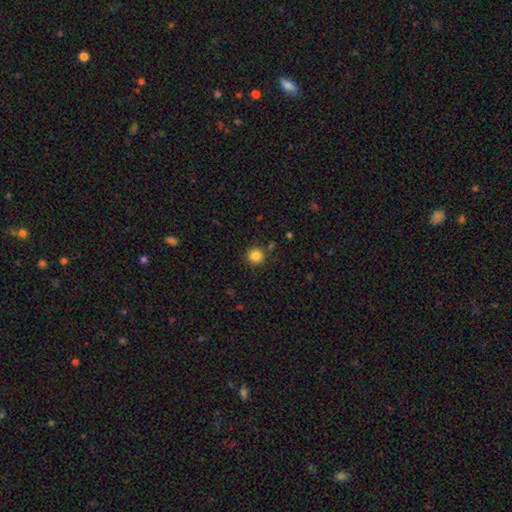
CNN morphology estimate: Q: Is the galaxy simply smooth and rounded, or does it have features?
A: smooth — 84%.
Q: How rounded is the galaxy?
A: round — 92%.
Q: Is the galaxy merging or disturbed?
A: none — 85%.